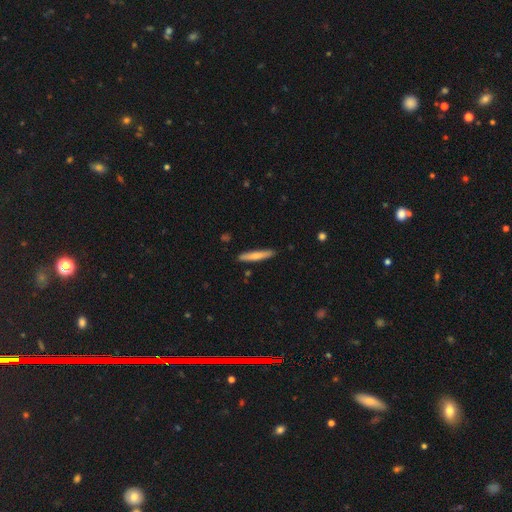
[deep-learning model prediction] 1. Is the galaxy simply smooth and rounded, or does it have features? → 69% smooth, 26% featured or disk, 5% star or artifact.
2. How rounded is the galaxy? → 93% cigar-shaped, 6% in between, 1% round.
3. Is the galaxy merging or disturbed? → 88% none, 9% minor disturbance, 2% major disturbance, 1% merger.